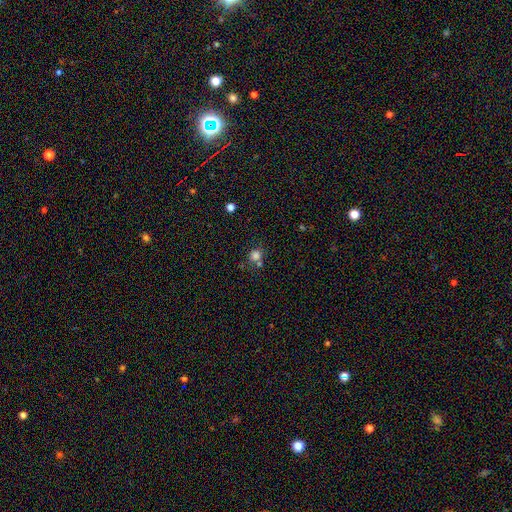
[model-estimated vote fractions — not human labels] This appears to be a smooth galaxy with no disk features (78%) that is round (85%). Merging: none (61%).